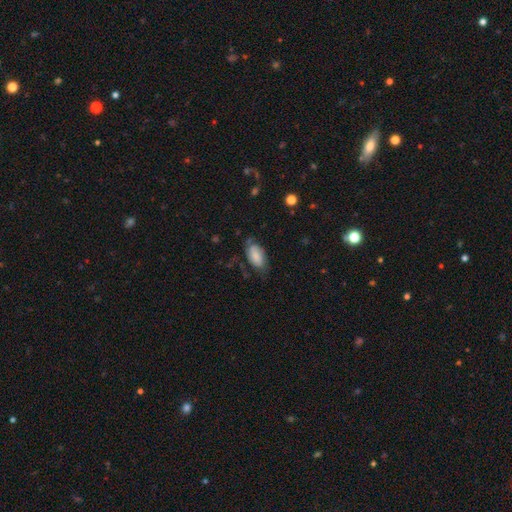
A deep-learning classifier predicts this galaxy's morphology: A smooth galaxy with no disk features (75%) that is in between round and cigar-shaped (93%). Merging: none (56%).